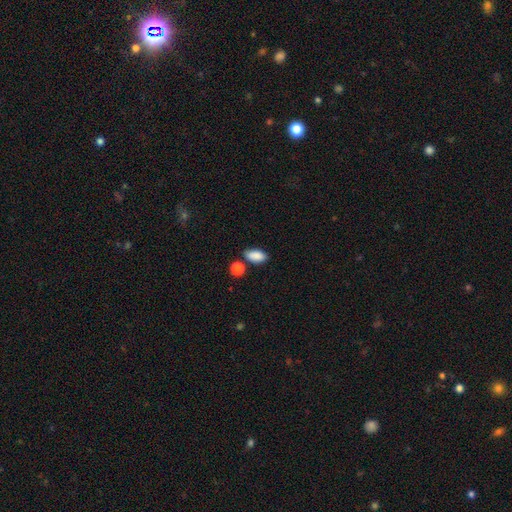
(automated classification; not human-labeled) A smooth galaxy with no disk features (88%) that is in between round and cigar-shaped (91%). Merging: none (73%).